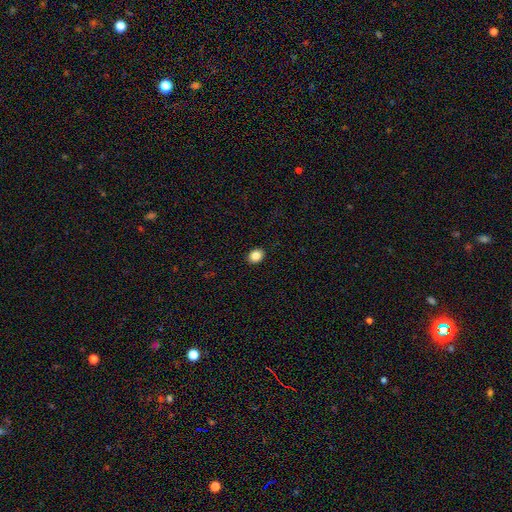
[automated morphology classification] Overall: smooth (86%). How rounded: round (52%; in between 48%). Merging: none (91%).